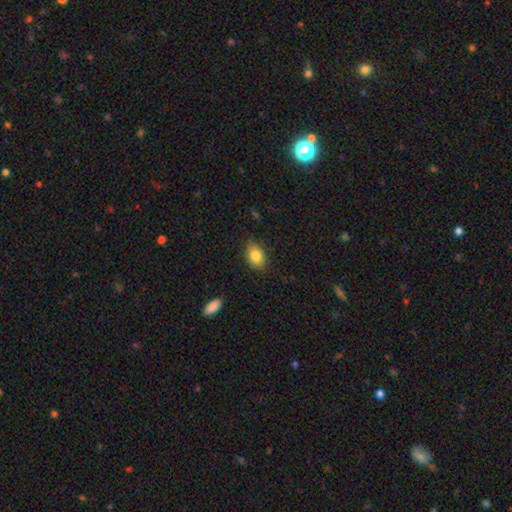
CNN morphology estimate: This is clearly a smooth galaxy (83%). How rounded: clearly in between (80%). Merging: clearly none (81%).